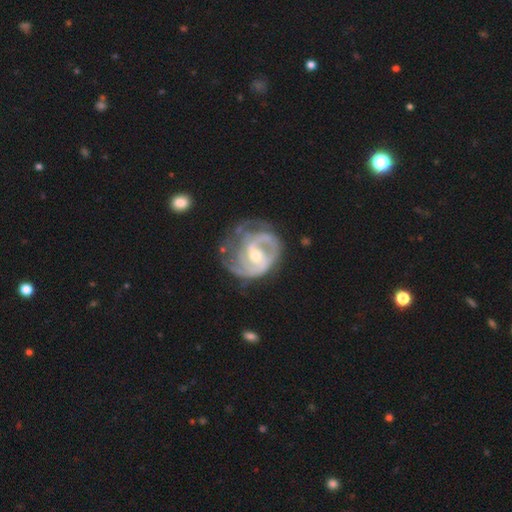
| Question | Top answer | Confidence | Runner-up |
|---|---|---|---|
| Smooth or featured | featured or disk | 87% | smooth (8%) |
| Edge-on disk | no | 97% | yes (3%) |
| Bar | weak | 58% | no (30%) |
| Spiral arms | yes | 100% | — |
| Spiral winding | medium | 45% | tight (39%) |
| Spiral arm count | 2 | 52% | 3 (18%) |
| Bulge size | small | 64% | moderate (36%) |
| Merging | none | 35% | tied: minor disturbance (35%) |